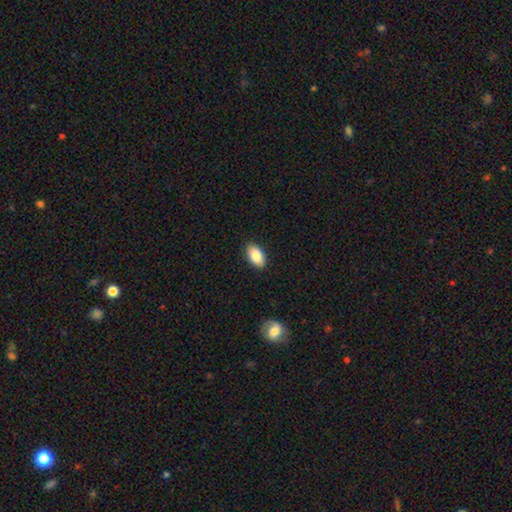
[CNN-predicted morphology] This appears to be a smooth galaxy with no disk features (86%) that is in between round and cigar-shaped (94%). Merging: none (88%).